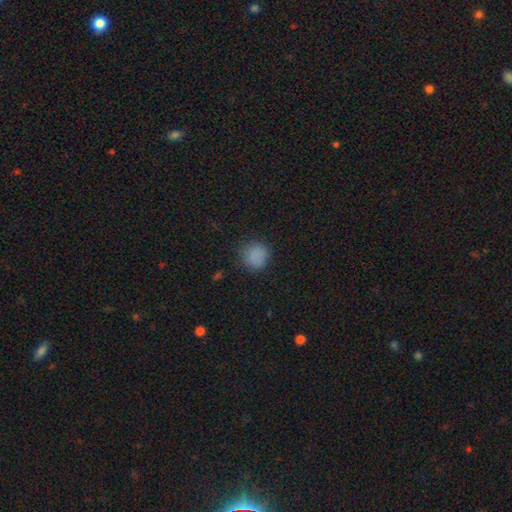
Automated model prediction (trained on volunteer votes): The model was most divided on "merging": none: 82%, minor disturbance: 13%, major disturbance: 4%, merger: 1%. More confident: how rounded — round (90%); smooth or featured — smooth (83%).